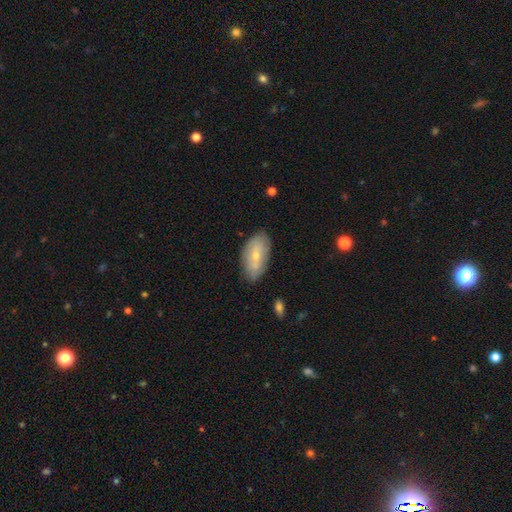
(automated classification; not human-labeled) smooth-or-featured: smooth: 57% | featured or disk: 36% | star or artifact: 7%
  how-rounded: in between: 93% | round: 4% | cigar-shaped: 4%
  merging: none: 76% | minor disturbance: 17% | merger: 4% | major disturbance: 4%